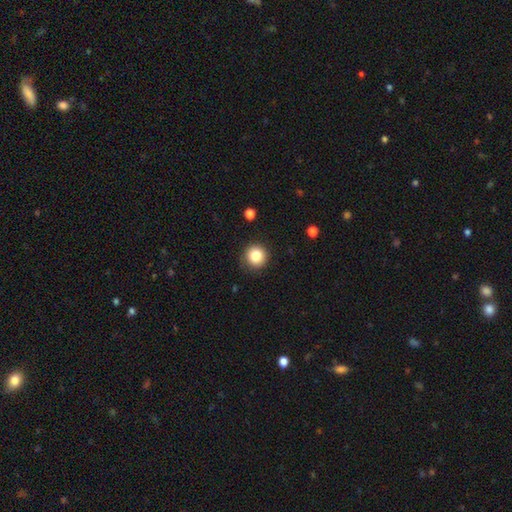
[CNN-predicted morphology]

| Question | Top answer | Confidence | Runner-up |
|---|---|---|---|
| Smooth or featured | smooth | 84% | star or artifact (11%) |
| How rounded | round | 94% | in between (5%) |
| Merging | none | 88% | minor disturbance (9%) |